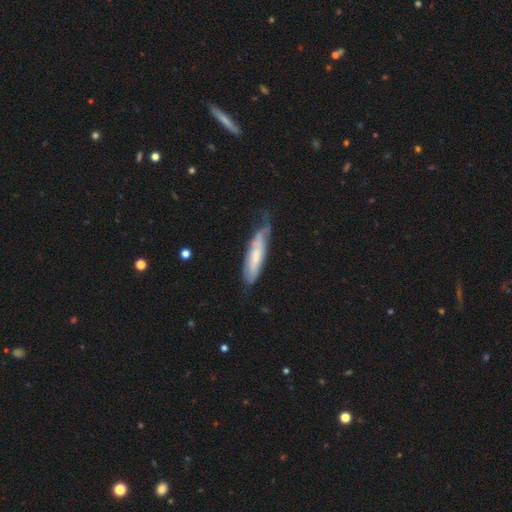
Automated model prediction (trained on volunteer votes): The model was most divided on "merging": none: 43%, minor disturbance: 39%, major disturbance: 15%, merger: 3%. More confident: how rounded — cigar-shaped (67%); smooth or featured — smooth (52%).